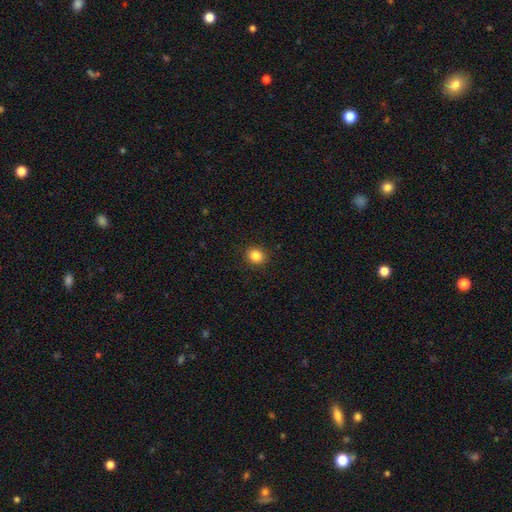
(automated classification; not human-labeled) Smooth or featured: smooth — 85% (star or artifact — 10%)
How rounded: round — 71% (in between — 28%)
Merging: none — 90% (minor disturbance — 7%)